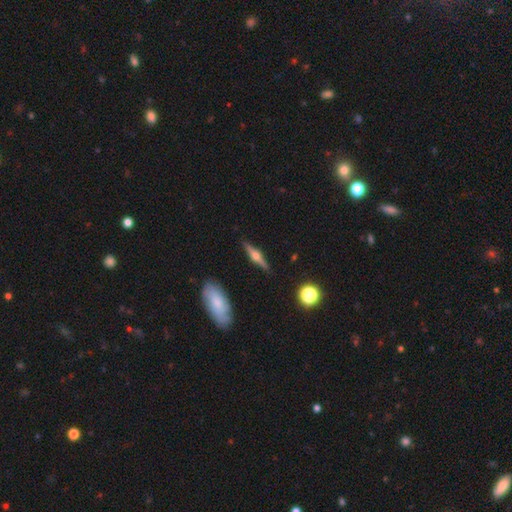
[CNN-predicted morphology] Overall: featured or disk (74%). Edge-on disk: yes (97%). Edge-on bulge: rounded (95%). Merging: none (89%).